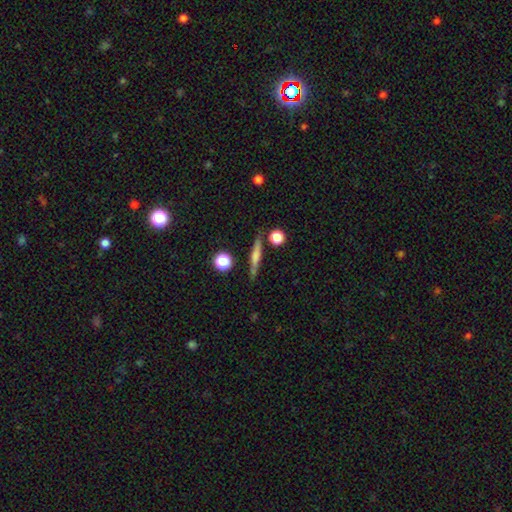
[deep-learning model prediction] Smooth or featured?
  - smooth: 48% *
  - featured or disk: 44%
  - star or artifact: 8%
Merging?
  - none: 83% *
  - minor disturbance: 11%
  - merger: 4%
  - major disturbance: 3%